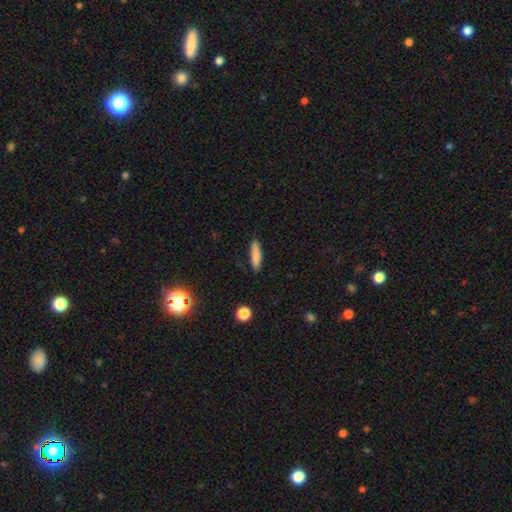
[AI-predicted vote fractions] smooth 84%, featured or disk 9%, star or artifact 7%. Down the decision tree: how rounded — cigar-shaped (74%); merging — none (88%).